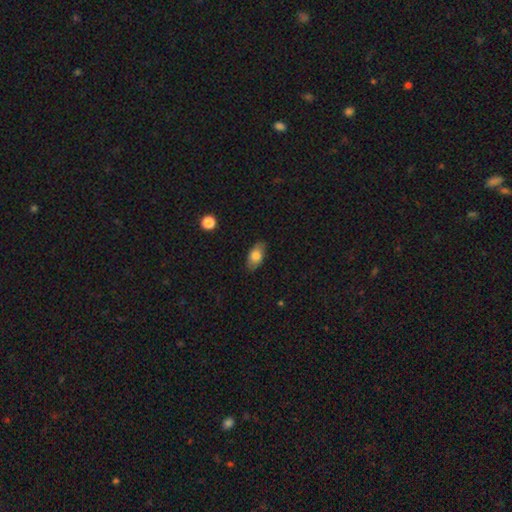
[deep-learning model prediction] Smooth or featured: smooth — 77% (featured or disk — 15%)
How rounded: in between — 90% (round — 6%)
Merging: none — 83% (minor disturbance — 13%)